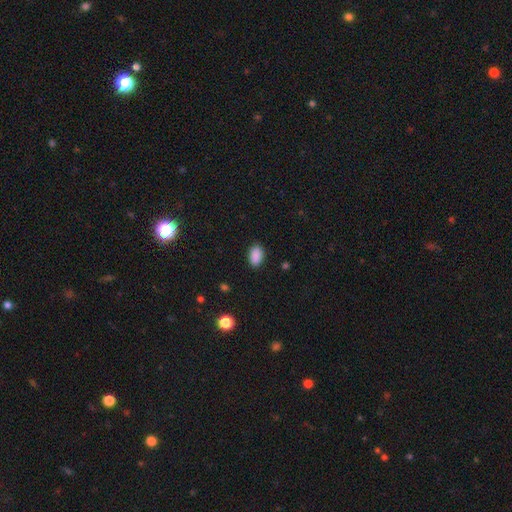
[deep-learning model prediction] Smooth or featured? Predicted: smooth (p=0.89). How rounded? Predicted: in between (p=0.90). Merging? Predicted: none (p=0.87).